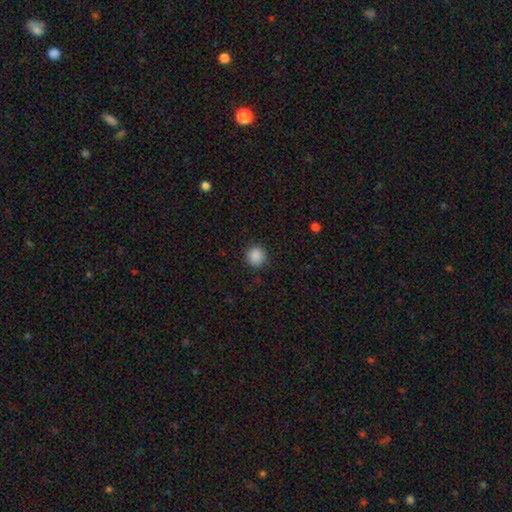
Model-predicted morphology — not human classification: Smooth or featured? smooth (88%)
How rounded? round (94%)
Merging? none (91%)